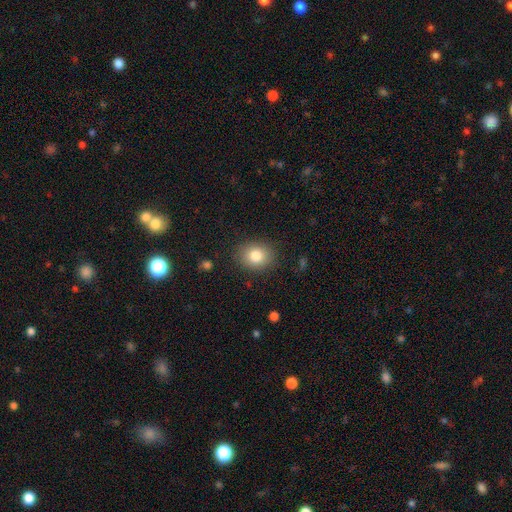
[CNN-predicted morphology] smooth-or-featured: smooth: 81% | star or artifact: 10% | featured or disk: 9%
  how-rounded: round: 60% | in between: 39% | cigar-shaped: 1%
  merging: none: 86% | minor disturbance: 9% | major disturbance: 3% | merger: 1%